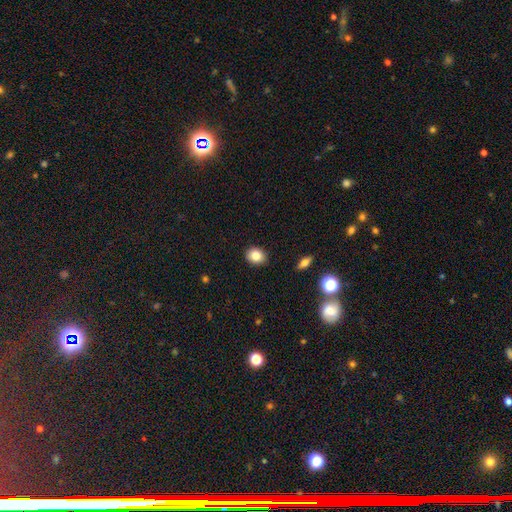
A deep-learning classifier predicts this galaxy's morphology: type=smooth (84%); roundness=round (52%); merging=none (90%).